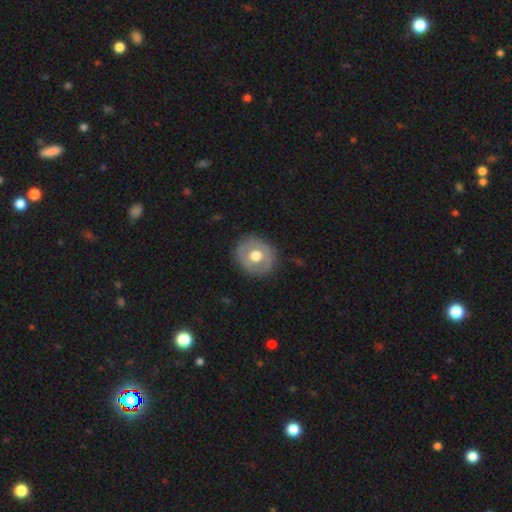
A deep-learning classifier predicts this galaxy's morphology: A smooth galaxy with no disk features (48%). Merging: none (82%).